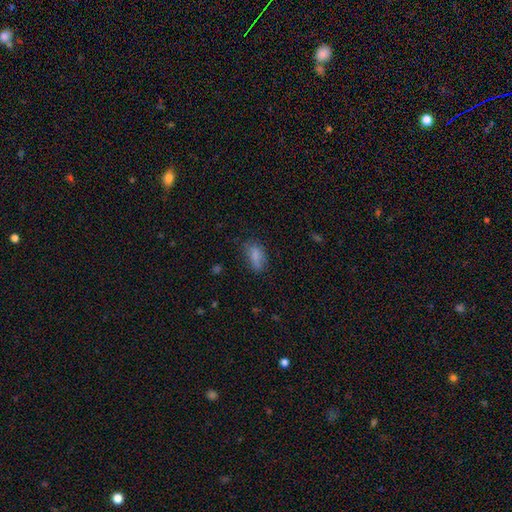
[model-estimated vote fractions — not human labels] smooth 78%, featured or disk 12%, star or artifact 10%. Down the decision tree: how rounded — in between (85%); merging — none (61%).